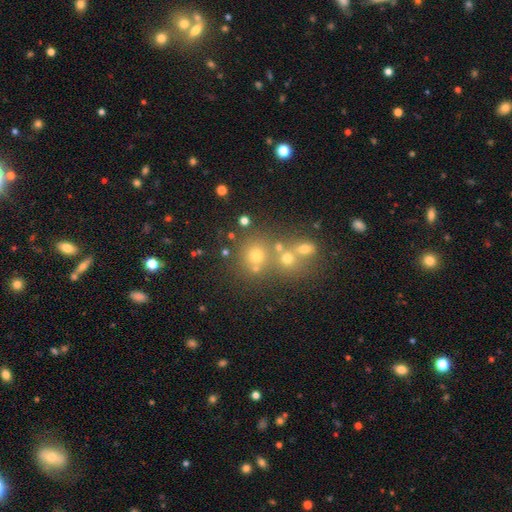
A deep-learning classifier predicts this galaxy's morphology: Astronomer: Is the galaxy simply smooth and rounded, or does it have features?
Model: smooth — 63%.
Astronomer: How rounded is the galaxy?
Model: round — 85%.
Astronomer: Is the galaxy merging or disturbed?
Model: none — 58%.